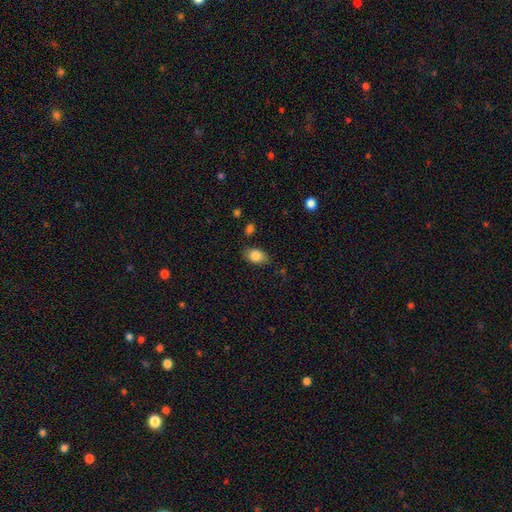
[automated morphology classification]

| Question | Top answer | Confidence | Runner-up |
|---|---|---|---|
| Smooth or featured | smooth | 84% | featured or disk (8%) |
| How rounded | in between | 85% | round (13%) |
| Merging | none | 79% | minor disturbance (16%) |